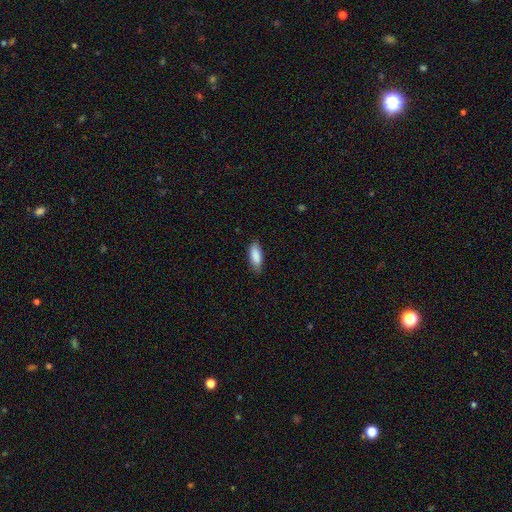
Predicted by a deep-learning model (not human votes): smooth-or-featured: smooth: 88% | star or artifact: 6% | featured or disk: 6%
  how-rounded: in between: 77% | cigar-shaped: 22% | round: 2%
  merging: none: 82% | minor disturbance: 15% | major disturbance: 2% | merger: 1%